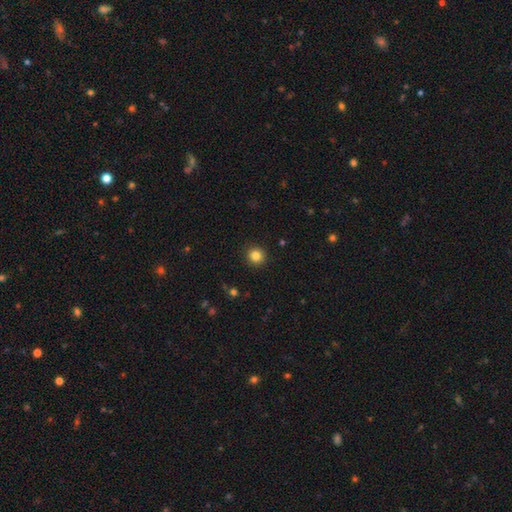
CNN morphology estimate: Smooth or featured?
  - smooth: 84% *
  - star or artifact: 11%
  - featured or disk: 5%
How rounded?
  - round: 93% *
  - in between: 6%
  - cigar-shaped: 1%
Merging?
  - none: 92% *
  - minor disturbance: 5%
  - major disturbance: 2%
  - merger: 1%